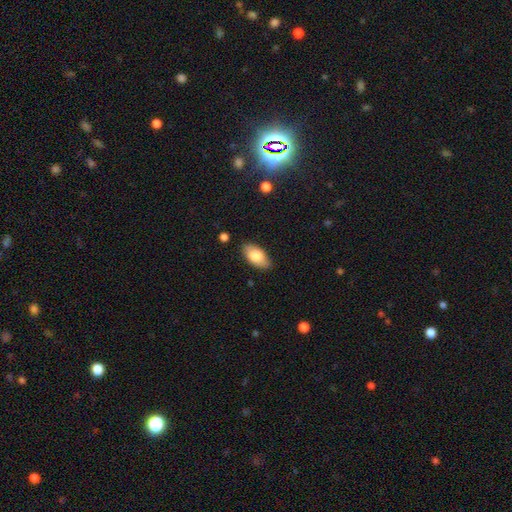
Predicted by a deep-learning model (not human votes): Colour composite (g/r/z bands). It shows a smooth galaxy with no disk features (82%) that is in between round and cigar-shaped (93%). Merging: none (83%).